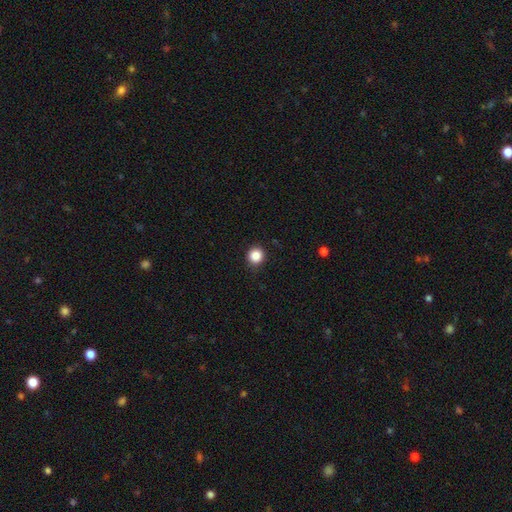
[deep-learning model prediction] The model was most divided on "smooth or featured": smooth: 86%, star or artifact: 11%, featured or disk: 3%. More confident: how rounded — round (92%); merging — none (90%).